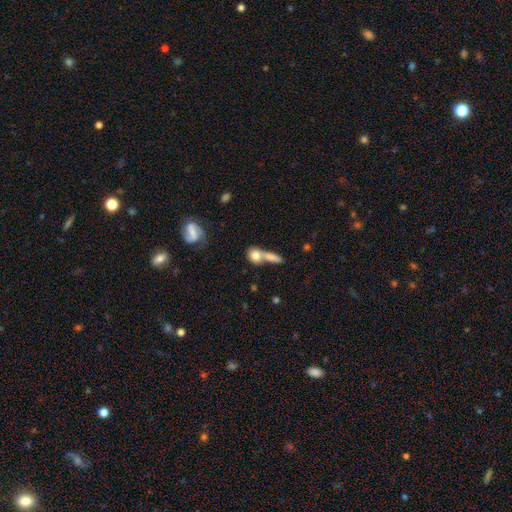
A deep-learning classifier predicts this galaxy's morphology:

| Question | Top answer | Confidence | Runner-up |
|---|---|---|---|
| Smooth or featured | smooth | 75% | featured or disk (16%) |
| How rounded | round | 52% | in between (36%) |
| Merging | merger | 52% | none (34%) |